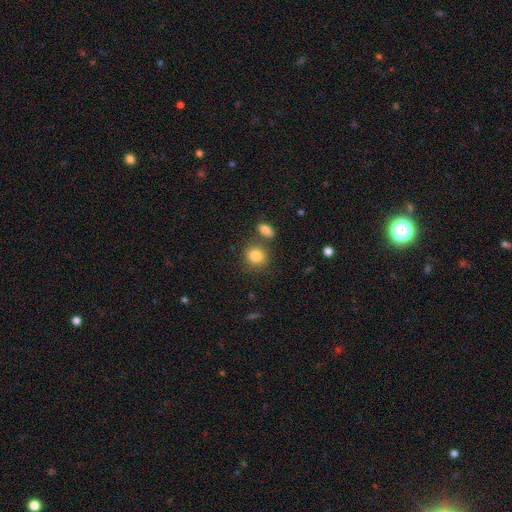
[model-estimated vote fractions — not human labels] smooth 84%, star or artifact 9%, featured or disk 7%. Down the decision tree: how rounded — round (76%); merging — none (68%).